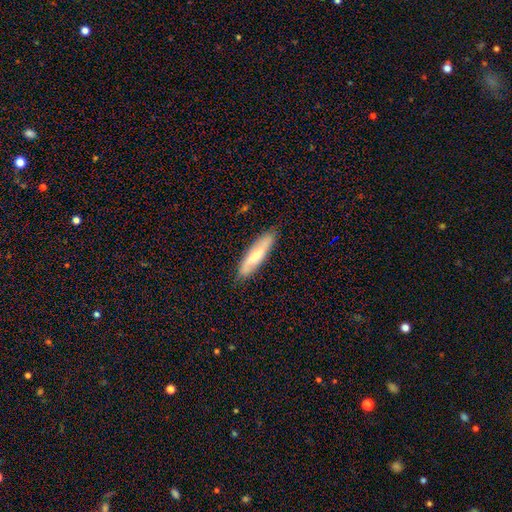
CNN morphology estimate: This is possibly a smooth galaxy (57%). How rounded: likely cigar-shaped (75%). Merging: clearly none (84%).